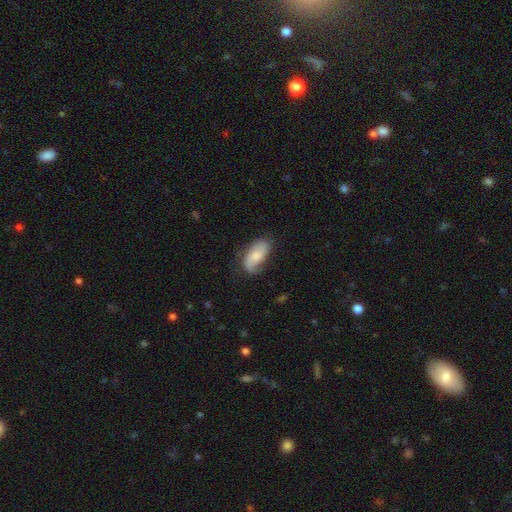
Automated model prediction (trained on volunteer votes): The model was most divided on "smooth or featured": smooth: 56%, featured or disk: 38%, star or artifact: 7%. More confident: how rounded — in between (92%); merging — none (59%).